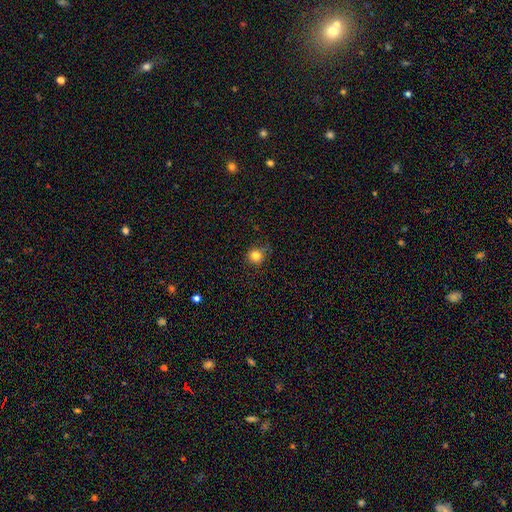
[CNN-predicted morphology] type=smooth (83%); roundness=round (90%); merging=none (82%).